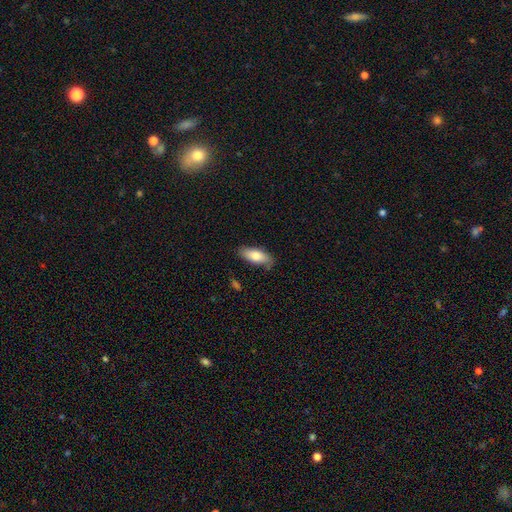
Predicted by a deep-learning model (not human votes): Q: Smooth or featured?
A: smooth (77%); runner-up: featured or disk (16%)
Q: How rounded?
A: in between (78%); runner-up: cigar-shaped (20%)
Q: Merging?
A: none (78%); runner-up: minor disturbance (17%)